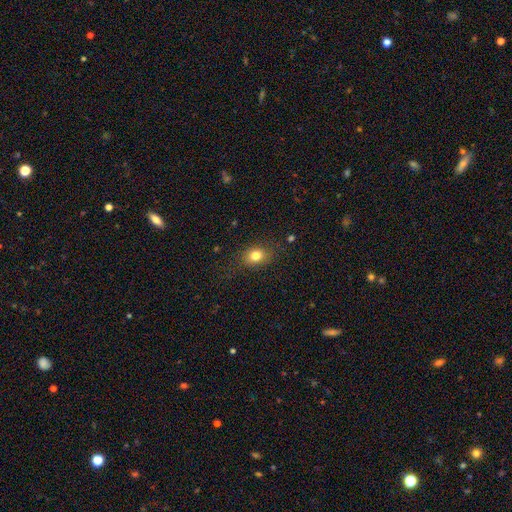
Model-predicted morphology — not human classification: Smooth or featured: smooth — 80% (star or artifact — 12%)
How rounded: in between — 54% (round — 45%)
Merging: none — 80% (minor disturbance — 14%)